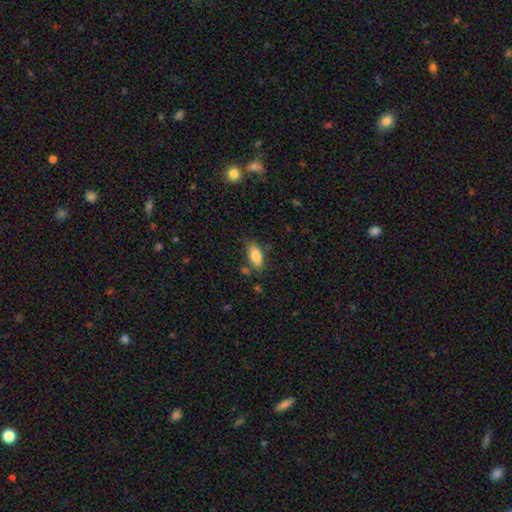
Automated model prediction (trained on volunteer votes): A smooth galaxy with no disk features (84%) that is in between round and cigar-shaped (87%). Merging: none (77%).